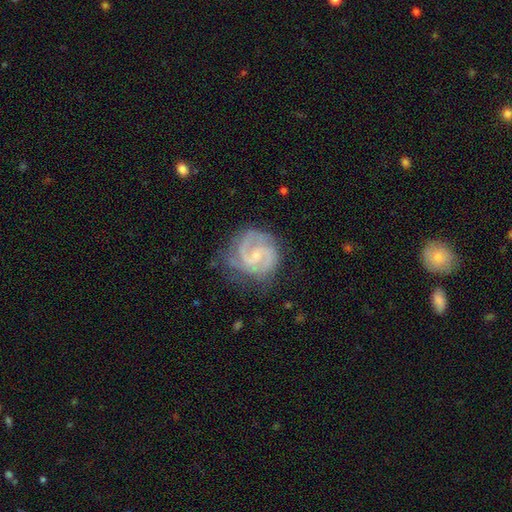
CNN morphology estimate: Smooth or featured? featured or disk (89%)
Edge-on disk? no (98%)
Bar? weak (52%)
Spiral arms? yes (98%)
Spiral winding? medium (50%)
Spiral arm count? 2 (80%)
Bulge size? small (71%)
Merging? none (70%)